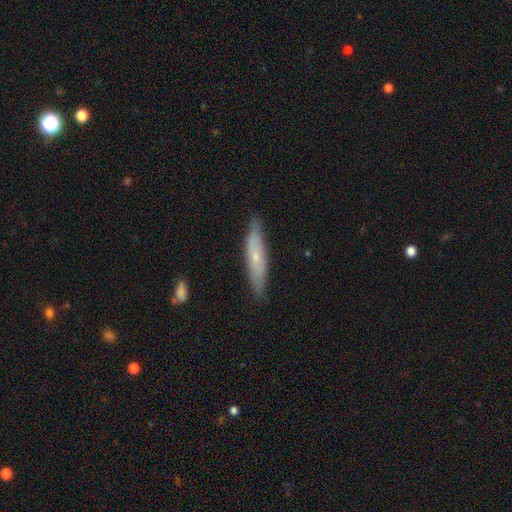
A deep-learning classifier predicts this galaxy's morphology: Smooth or featured? Predicted: smooth (p=0.51). How rounded? Predicted: cigar-shaped (p=0.83). Merging? Predicted: none (p=0.83).